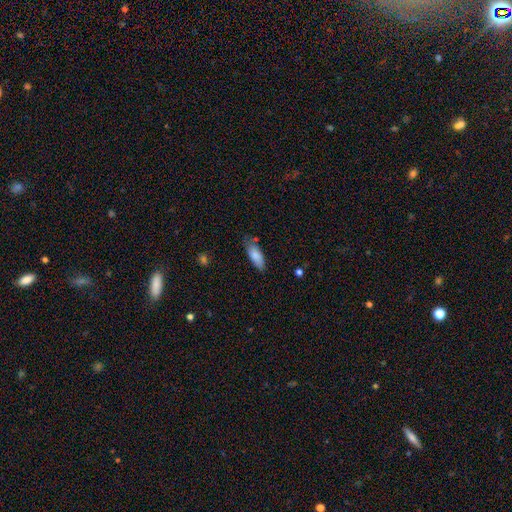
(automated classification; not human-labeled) A smooth galaxy with no disk features (84%) that is in between round and cigar-shaped (72%). Merging: none (66%).